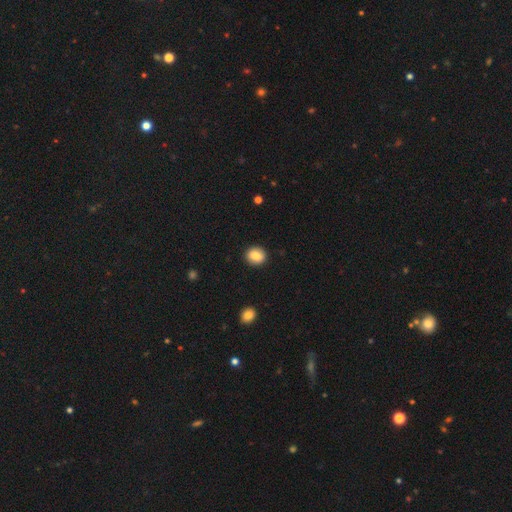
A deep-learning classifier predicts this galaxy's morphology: A smooth galaxy with no disk features (86%) that is round (72%). Merging: none (91%).